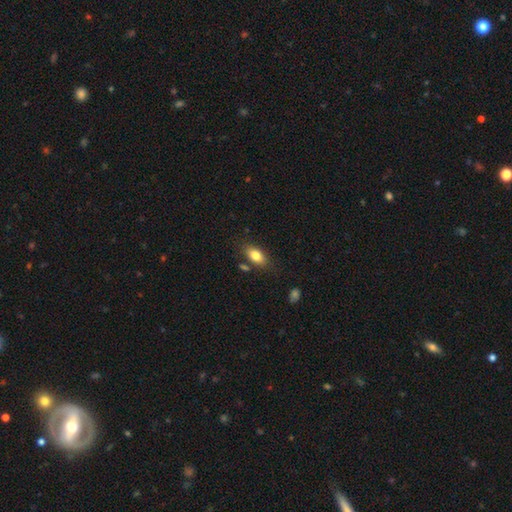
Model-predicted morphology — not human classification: smooth_or_featured: smooth (p=0.80) [alt: featured or disk p=0.12]
how_rounded: in between (p=0.88) [alt: round p=0.07]
merging: none (p=0.76) [alt: minor disturbance p=0.14]